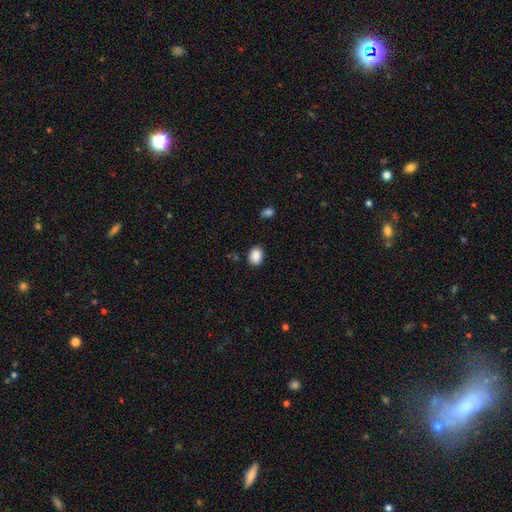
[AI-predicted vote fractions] Morphology: type=smooth (88%); roundness=in between (58%); merging=none (85%).